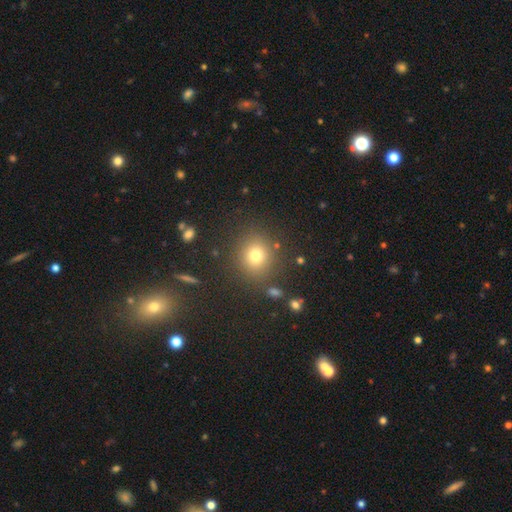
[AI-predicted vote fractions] Smooth or featured: smooth — 75% (star or artifact — 16%)
How rounded: round — 85% (in between — 14%)
Merging: none — 85% (minor disturbance — 8%)